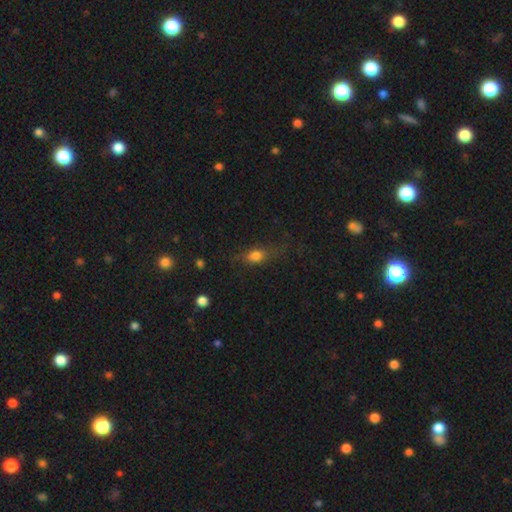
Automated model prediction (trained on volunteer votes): Smooth or featured: smooth — 71% (featured or disk — 16%)
How rounded: in between — 66% (cigar-shaped — 19%)
Merging: none — 61% (minor disturbance — 23%)